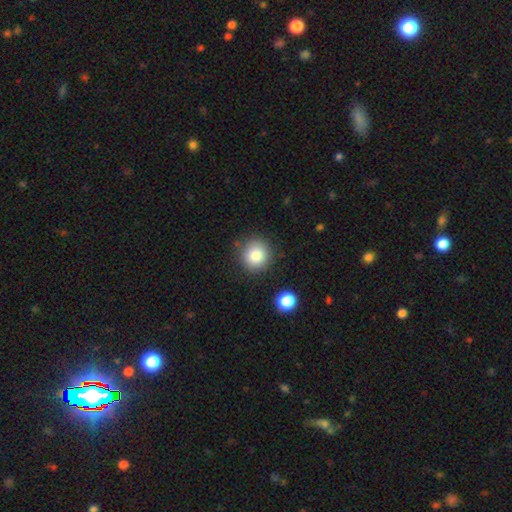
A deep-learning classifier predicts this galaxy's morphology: Overall: smooth (82%). How rounded: round (91%). Merging: none (85%).